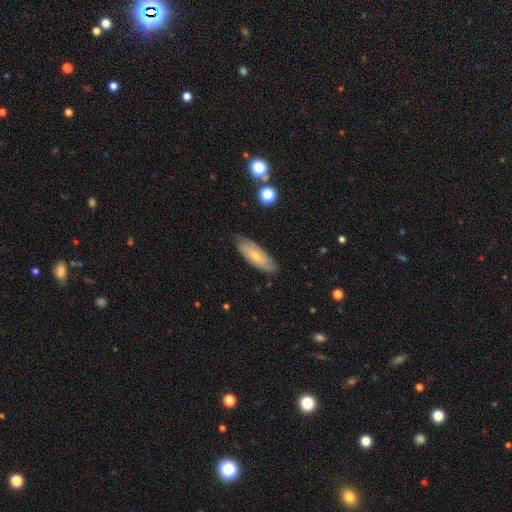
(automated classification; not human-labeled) Smooth or featured? Predicted: featured or disk (p=0.50). Edge-on disk? Predicted: no (p=0.80). Merging? Predicted: none (p=0.79).